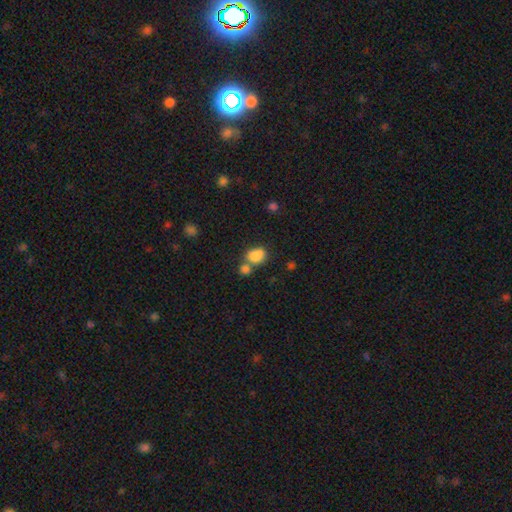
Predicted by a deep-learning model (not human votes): smooth_or_featured: smooth (p=0.84) [alt: star or artifact p=0.09]
how_rounded: in between (p=0.64) [alt: round p=0.34]
merging: none (p=0.43) [alt: merger p=0.40]